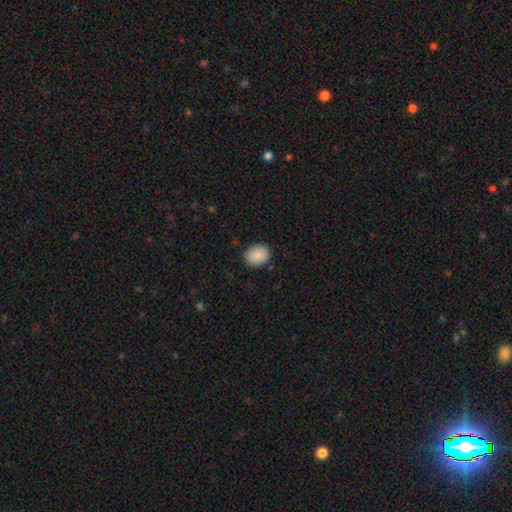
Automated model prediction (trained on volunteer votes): Smooth or featured? Predicted: smooth (p=0.90). How rounded? Predicted: round (p=0.56). Merging? Predicted: none (p=0.88).